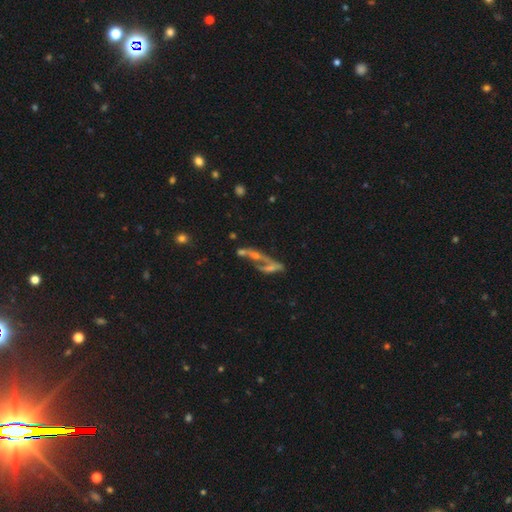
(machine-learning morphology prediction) Smooth or featured: featured or disk — 49% (smooth — 27%)
Merging: merger — 35% (tied with none — 35%)